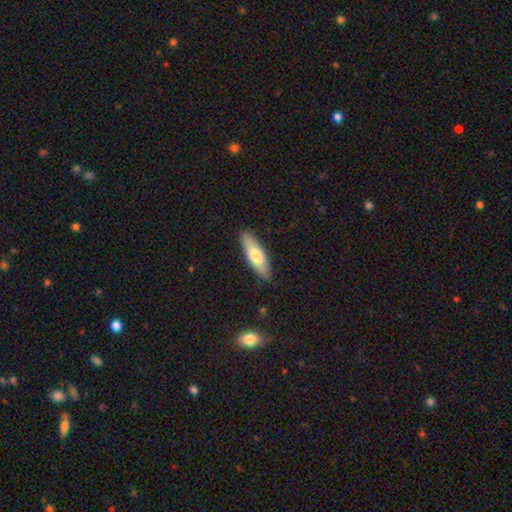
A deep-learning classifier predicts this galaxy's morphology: A smooth galaxy with no disk features (65%) that is in between round and cigar-shaped (49%, tied with cigar-shaped). Merging: none (87%).